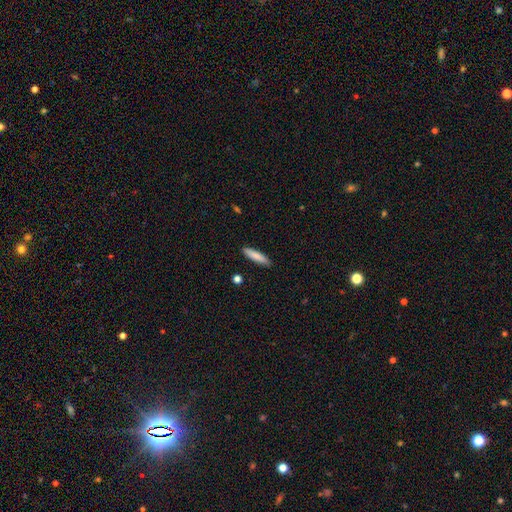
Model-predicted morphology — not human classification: smooth-or-featured: smooth: 83% | featured or disk: 11% | star or artifact: 6%
  how-rounded: cigar-shaped: 84% | in between: 15% | round: 1%
  merging: none: 89% | minor disturbance: 8% | major disturbance: 2% | merger: 1%